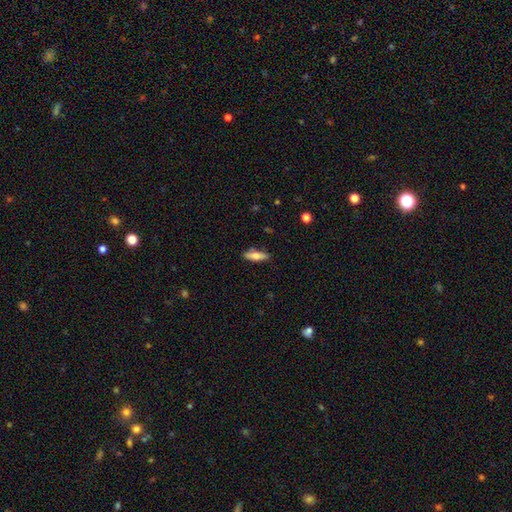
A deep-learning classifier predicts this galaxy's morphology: type=smooth (67%); roundness=cigar-shaped (59%); merging=none (85%).